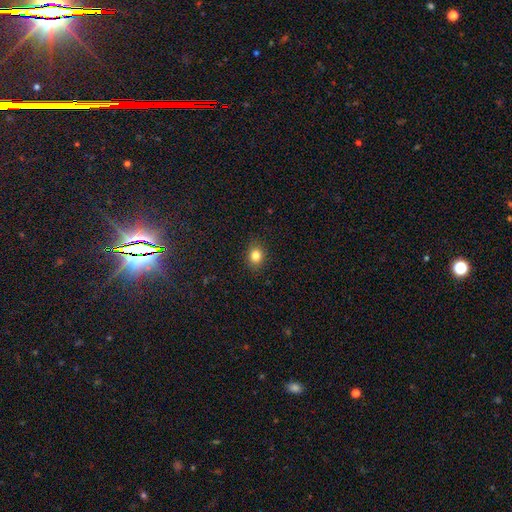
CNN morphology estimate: Smooth or featured: smooth — 82% (star or artifact — 11%)
How rounded: round — 58% (in between — 41%)
Merging: none — 88% (minor disturbance — 9%)